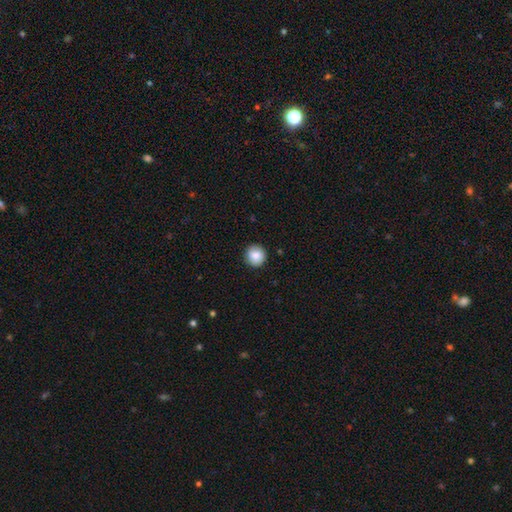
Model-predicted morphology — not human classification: The model was most divided on "smooth or featured": smooth: 87%, star or artifact: 8%, featured or disk: 5%. More confident: how rounded — round (93%); merging — none (90%).